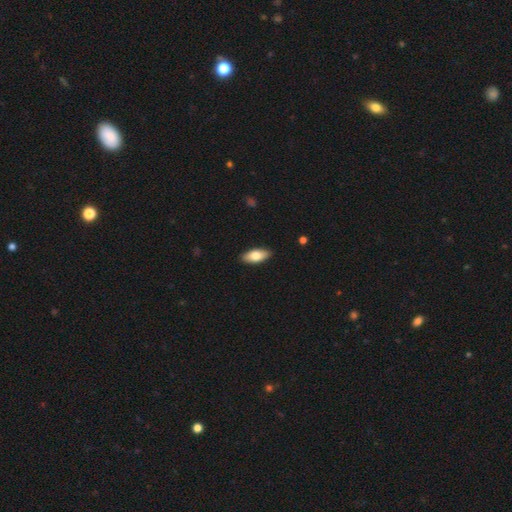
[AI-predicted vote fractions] Smooth or featured? smooth (78%)
How rounded? in between (87%)
Merging? none (90%)